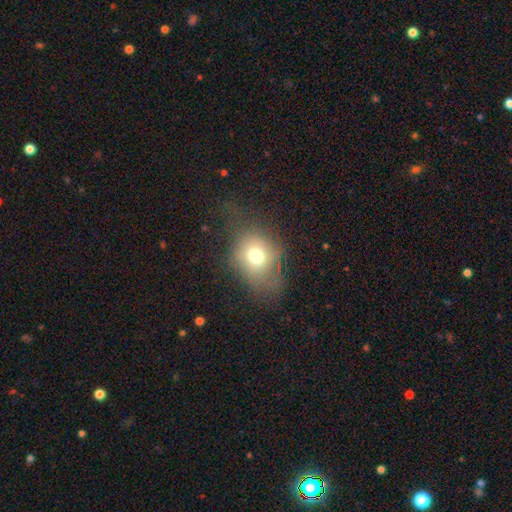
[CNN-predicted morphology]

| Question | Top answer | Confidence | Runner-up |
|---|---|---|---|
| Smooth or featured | smooth | 69% | featured or disk (17%) |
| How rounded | round | 62% | in between (37%) |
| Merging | none | 48% | major disturbance (26%) |